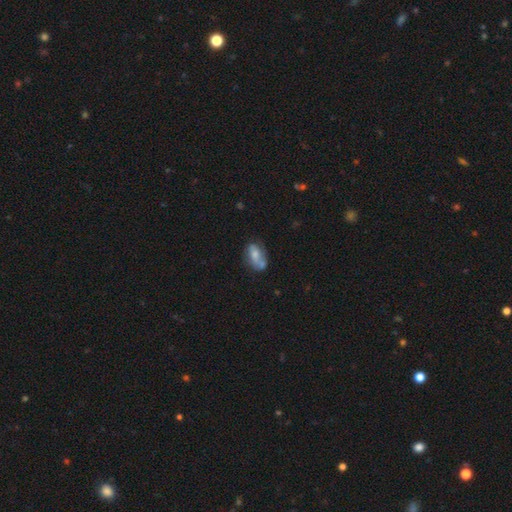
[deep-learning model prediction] The model was most divided on "smooth or featured": smooth: 54%, featured or disk: 38%, star or artifact: 8%. Remaining: how rounded — in between (87%); merging — none (43%).